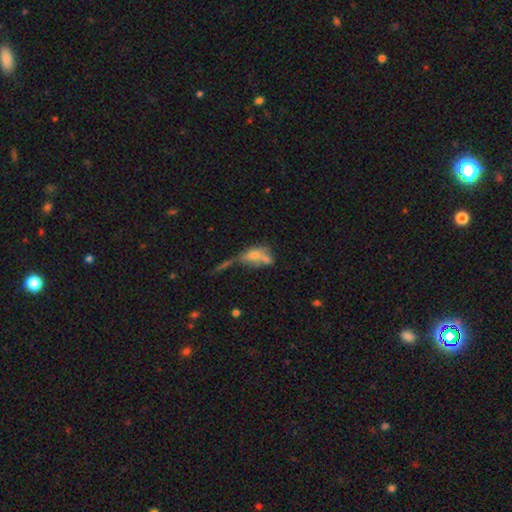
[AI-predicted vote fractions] smooth 53%, featured or disk 34%, star or artifact 13%. Down the decision tree: how rounded — in between (77%); merging — merger (38%).